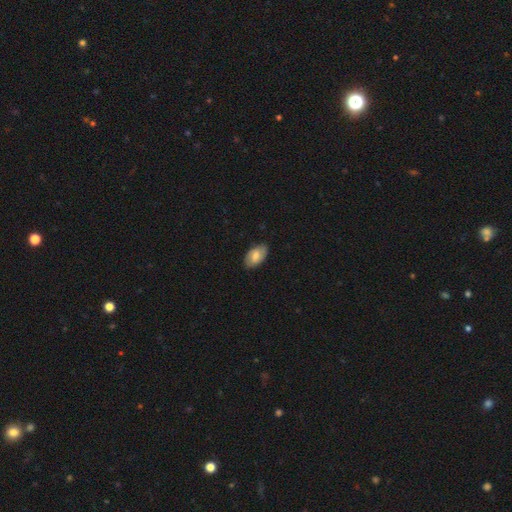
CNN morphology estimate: Smooth or featured?
  - smooth: 65% *
  - featured or disk: 28%
  - star or artifact: 6%
How rounded?
  - in between: 94% *
  - round: 4%
  - cigar-shaped: 2%
Merging?
  - none: 83% *
  - minor disturbance: 13%
  - major disturbance: 2%
  - merger: 1%